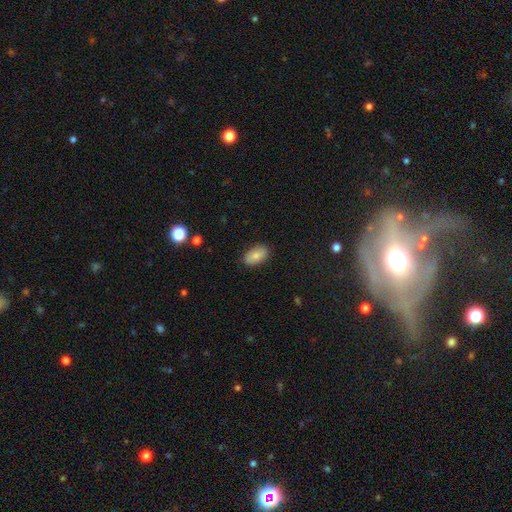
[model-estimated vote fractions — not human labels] The model was most divided on "smooth or featured": smooth: 81%, featured or disk: 11%, star or artifact: 8%. More confident: how rounded — in between (93%); merging — none (86%).